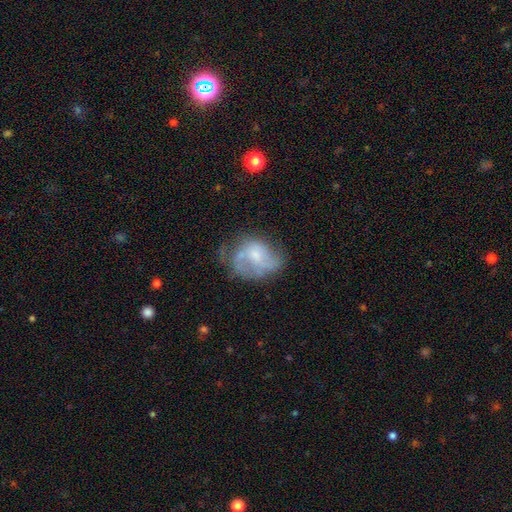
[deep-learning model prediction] Smooth or featured?
  - featured or disk: 53% *
  - smooth: 37%
  - star or artifact: 9%
Edge-on disk?
  - no: 97% *
  - yes: 3%
Bar?
  - no: 74% *
  - weak: 22%
  - strong: 4%
Spiral arms?
  - no: 50% * (tied)
  - yes: 50% * (tied)
Bulge size?
  - small: 39% *
  - moderate: 37%
  - none: 18%
  - large: 5%
  - dominant: 1%
Merging?
  - none: 33% *
  - major disturbance: 32%
  - minor disturbance: 28%
  - merger: 7%